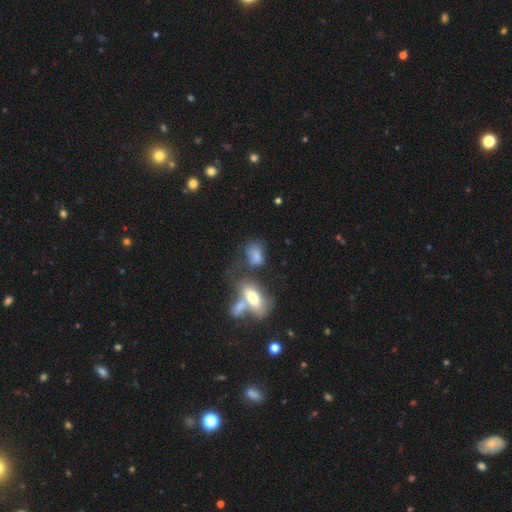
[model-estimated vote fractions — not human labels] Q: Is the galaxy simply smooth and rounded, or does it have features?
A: smooth — 74%.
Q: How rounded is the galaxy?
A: in between — 81%.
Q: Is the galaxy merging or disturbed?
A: merger — 33%.